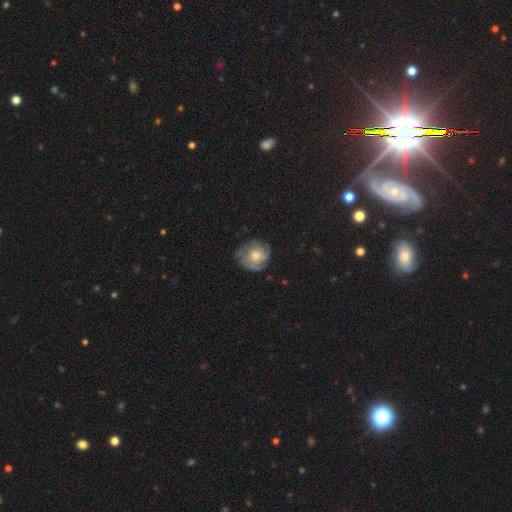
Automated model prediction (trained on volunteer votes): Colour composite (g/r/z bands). It shows a featured or disk galaxy (50%). Merging: none (69%).